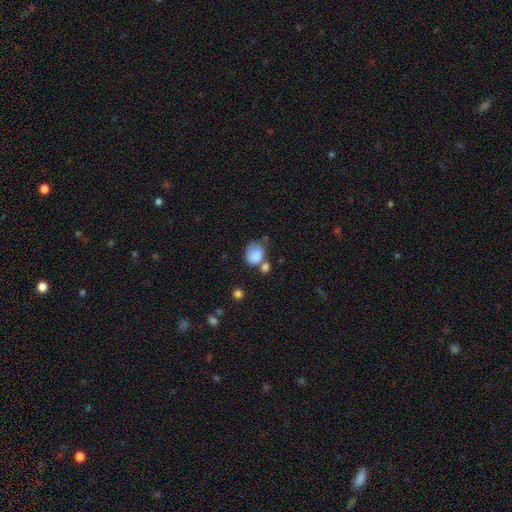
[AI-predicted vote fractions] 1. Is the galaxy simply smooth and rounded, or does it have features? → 81% smooth, 11% featured or disk, 8% star or artifact.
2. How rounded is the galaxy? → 60% in between, 39% round, 1% cigar-shaped.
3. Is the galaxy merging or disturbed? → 32% none, 29% merger, 24% minor disturbance, 15% major disturbance.